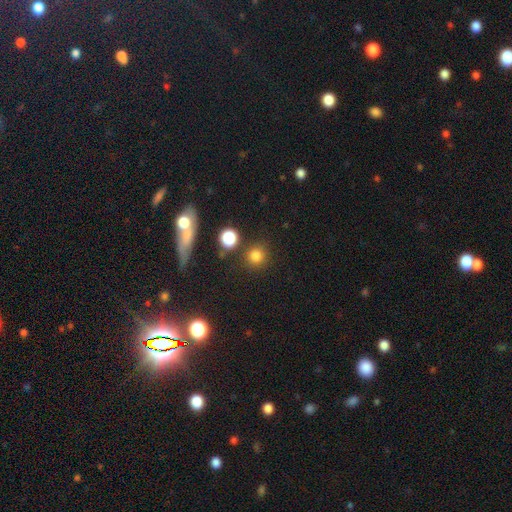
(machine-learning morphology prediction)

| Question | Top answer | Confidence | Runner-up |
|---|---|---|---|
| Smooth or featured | smooth | 79% | star or artifact (15%) |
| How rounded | round | 92% | in between (7%) |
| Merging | none | 84% | minor disturbance (8%) |